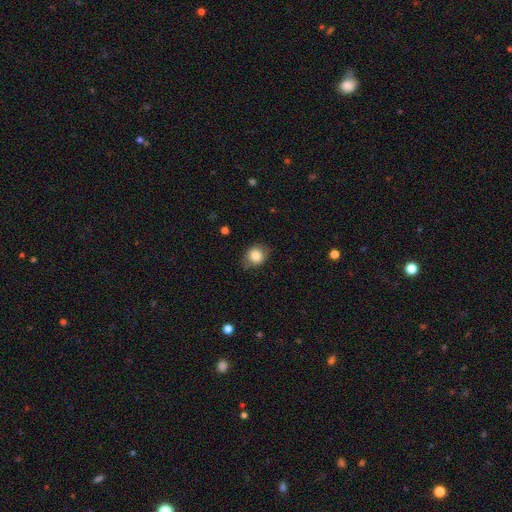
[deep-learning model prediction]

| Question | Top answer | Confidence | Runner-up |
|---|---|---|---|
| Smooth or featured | smooth | 82% | star or artifact (9%) |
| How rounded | round | 70% | in between (29%) |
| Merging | none | 74% | minor disturbance (20%) |